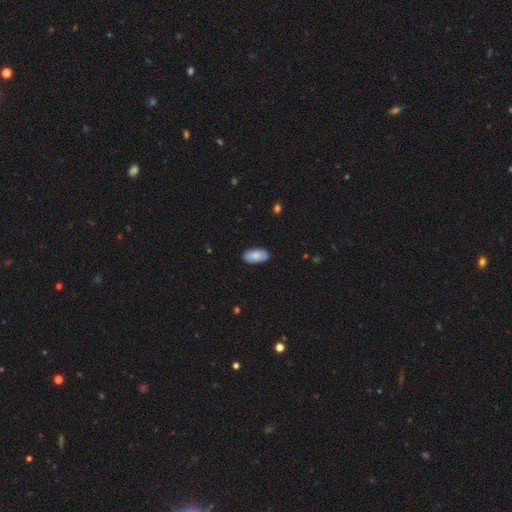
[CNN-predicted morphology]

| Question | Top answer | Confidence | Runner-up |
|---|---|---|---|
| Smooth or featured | smooth | 85% | featured or disk (9%) |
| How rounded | in between | 95% | cigar-shaped (3%) |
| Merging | none | 87% | minor disturbance (10%) |